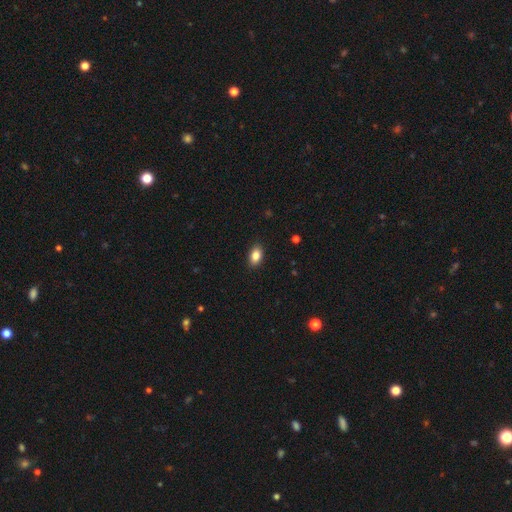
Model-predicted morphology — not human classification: The model was most divided on "smooth or featured": smooth: 85%, star or artifact: 8%, featured or disk: 6%. More confident: merging — none (89%); how rounded — in between (89%).